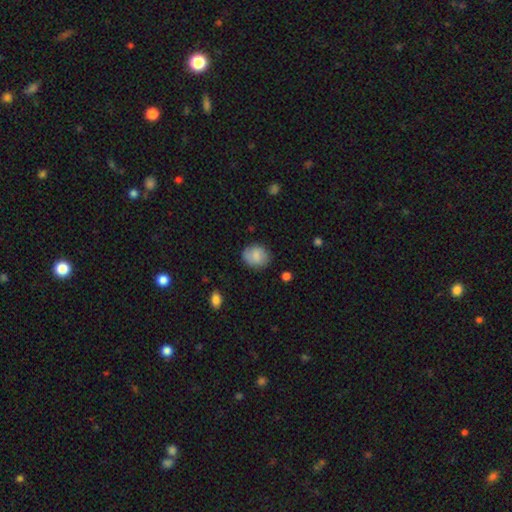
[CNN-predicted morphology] This is likely a smooth galaxy (75%). How rounded: likely round (65%). Merging: likely none (79%).